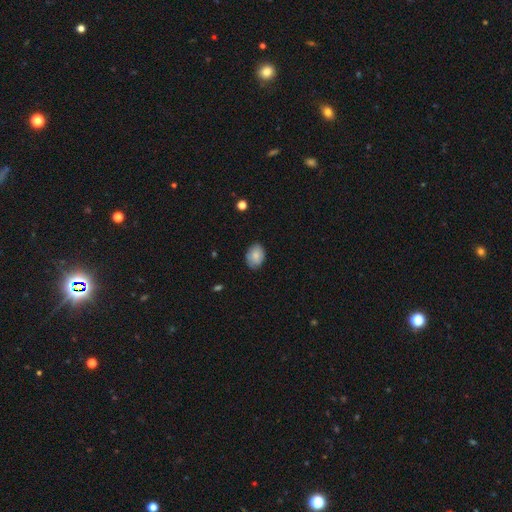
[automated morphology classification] This is clearly a smooth galaxy (82%). How rounded: likely in between (69%). Merging: clearly none (80%).